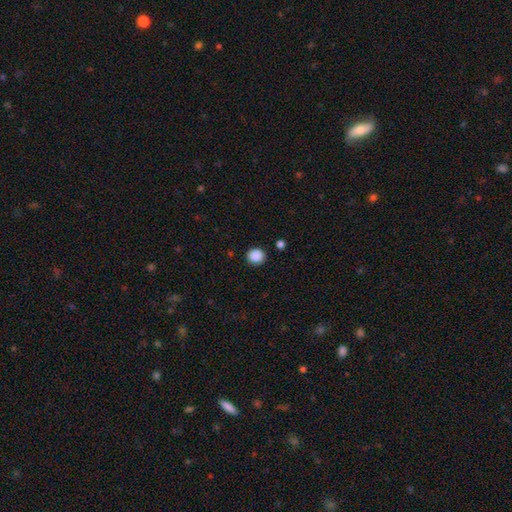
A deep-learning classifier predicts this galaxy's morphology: smooth_or_featured: smooth (p=0.88) [alt: star or artifact p=0.09]
how_rounded: round (p=0.89) [alt: in between p=0.10]
merging: none (p=0.90) [alt: minor disturbance p=0.06]